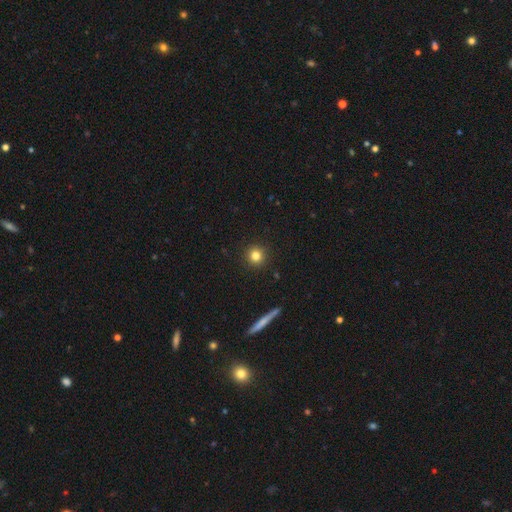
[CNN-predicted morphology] This is clearly a smooth galaxy (81%). How rounded: clearly round (94%). Merging: clearly none (92%).